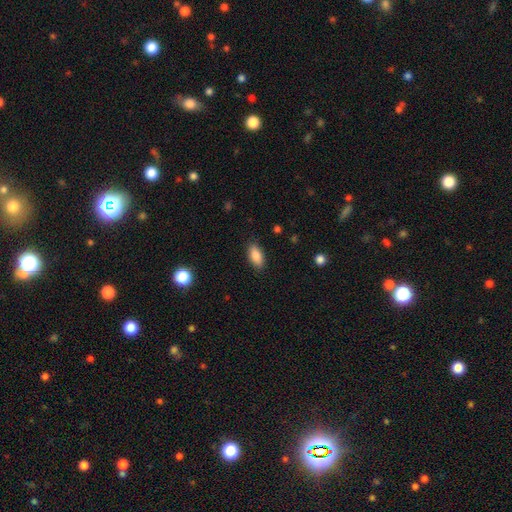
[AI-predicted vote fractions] smooth_or_featured: smooth (p=0.86) [alt: star or artifact p=0.07]
how_rounded: in between (p=0.89) [alt: cigar-shaped p=0.08]
merging: none (p=0.87) [alt: minor disturbance p=0.09]